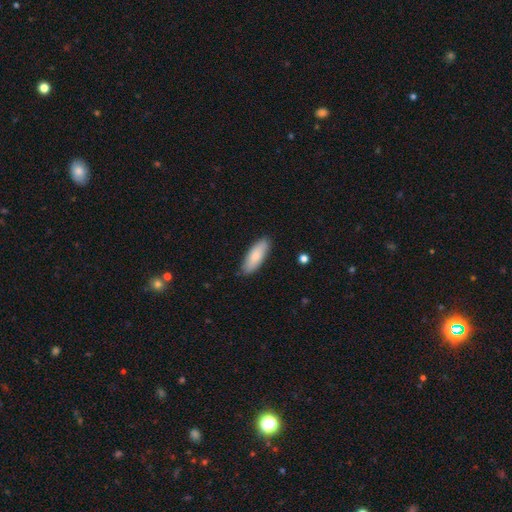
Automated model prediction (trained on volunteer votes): Smooth or featured?
  - smooth: 83% *
  - featured or disk: 12%
  - star or artifact: 5%
How rounded?
  - in between: 63% *
  - cigar-shaped: 35%
  - round: 2%
Merging?
  - none: 85% *
  - minor disturbance: 12%
  - major disturbance: 2%
  - merger: 1%